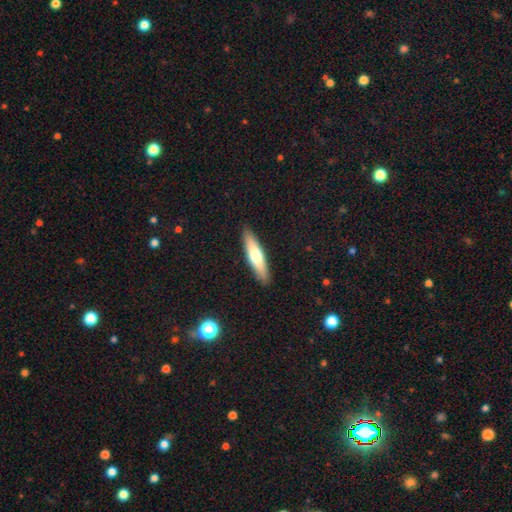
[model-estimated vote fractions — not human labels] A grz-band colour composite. It shows a smooth galaxy with no disk features (63%) that is cigar-shaped (76%). Merging: none (89%).